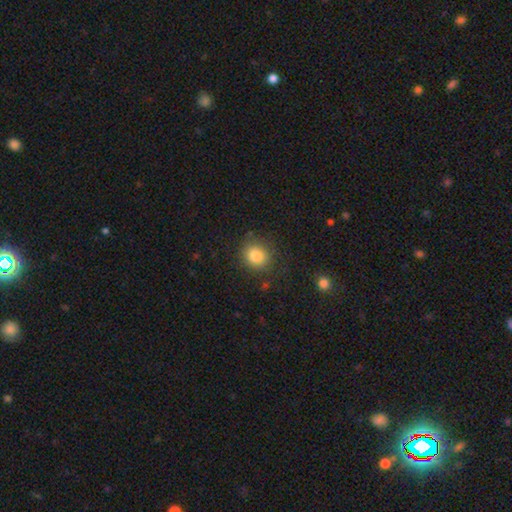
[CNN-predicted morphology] This is clearly a smooth galaxy (84%). How rounded: likely round (73%). Merging: clearly none (82%).